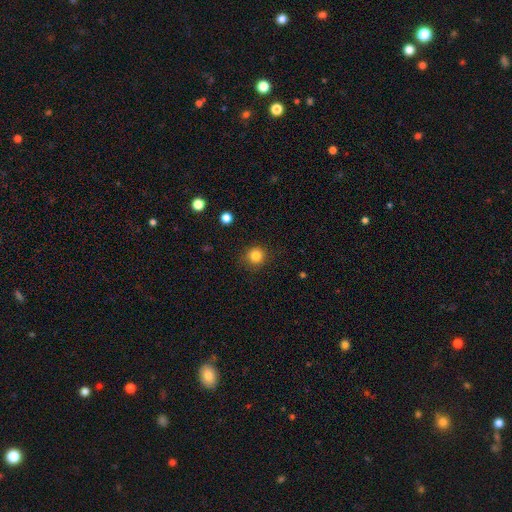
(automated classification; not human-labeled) This is clearly a smooth galaxy (83%). How rounded: clearly round (92%). Merging: clearly none (87%).